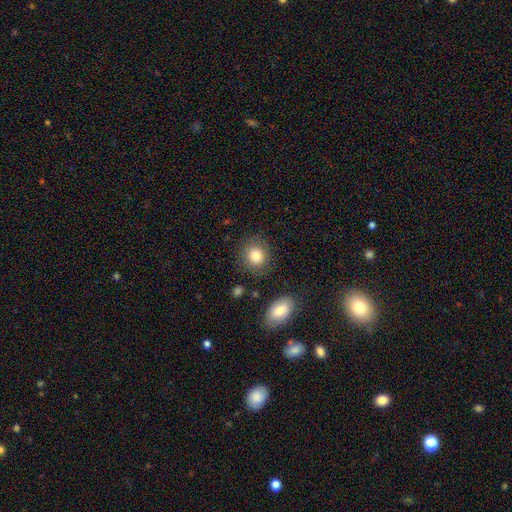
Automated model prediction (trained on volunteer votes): Q: Smooth or featured?
A: smooth (84%); runner-up: star or artifact (8%)
Q: How rounded?
A: round (80%); runner-up: in between (19%)
Q: Merging?
A: none (82%); runner-up: minor disturbance (10%)